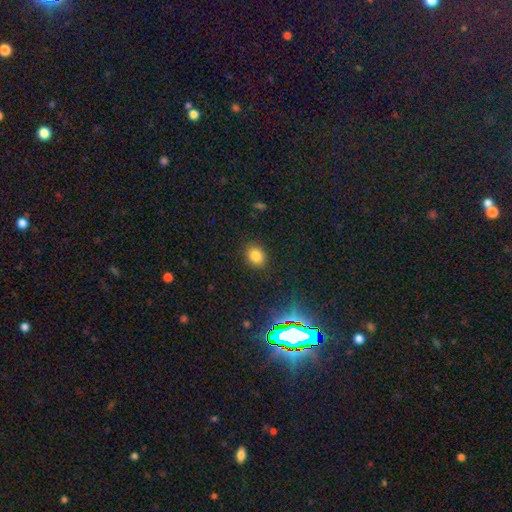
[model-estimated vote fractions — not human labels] smooth_or_featured: smooth (p=0.81) [alt: star or artifact p=0.13]
how_rounded: round (p=0.53) [alt: in between p=0.46]
merging: none (p=0.88) [alt: minor disturbance p=0.08]